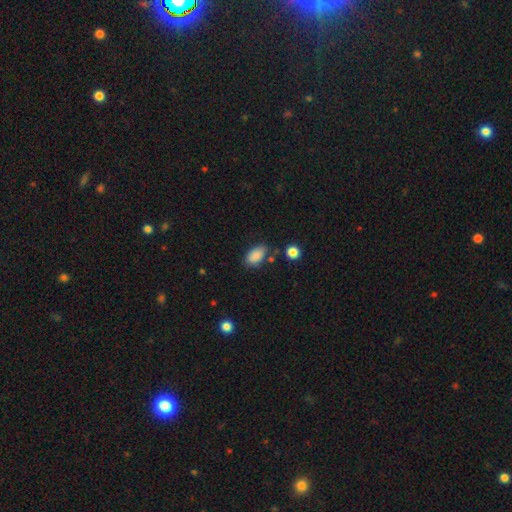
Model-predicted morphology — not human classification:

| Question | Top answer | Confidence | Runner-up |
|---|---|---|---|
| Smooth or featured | smooth | 87% | star or artifact (8%) |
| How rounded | in between | 92% | round (6%) |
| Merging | none | 70% | minor disturbance (20%) |